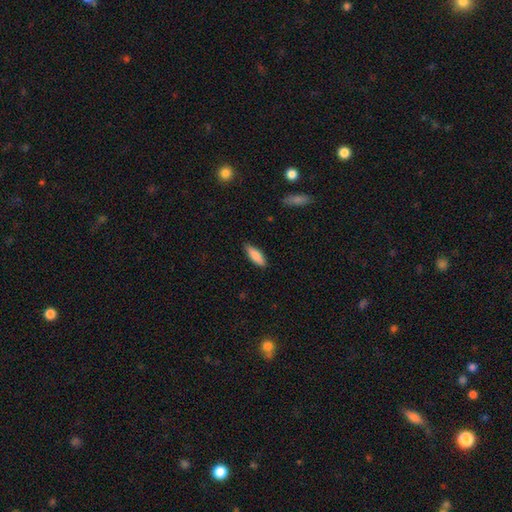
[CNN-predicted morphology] Smooth or featured? smooth (84%)
How rounded? in between (54%)
Merging? none (84%)